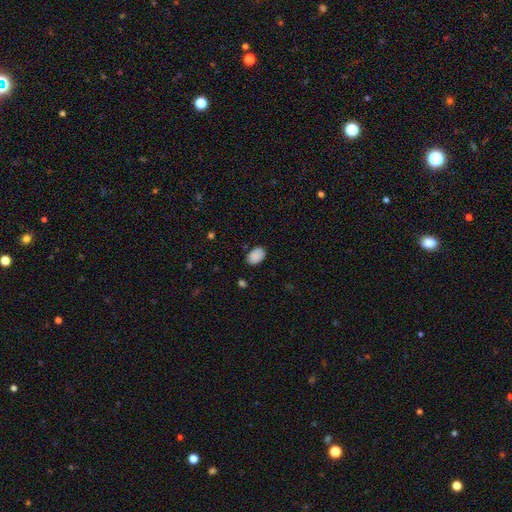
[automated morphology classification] type=smooth (86%); roundness=in between (87%); merging=none (81%).